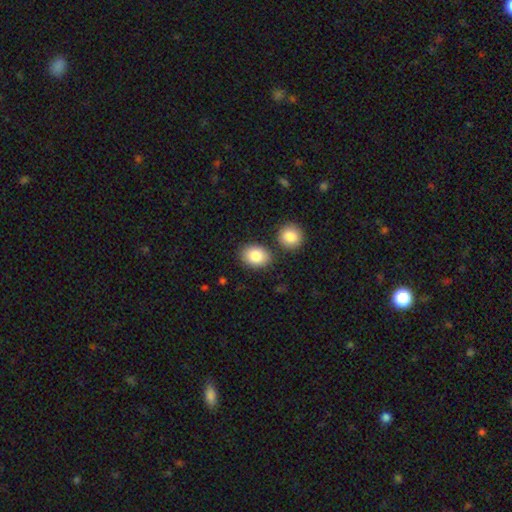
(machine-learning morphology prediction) smooth 85%, featured or disk 8%, star or artifact 7%. Down the decision tree: how rounded — in between (69%); merging — none (76%).